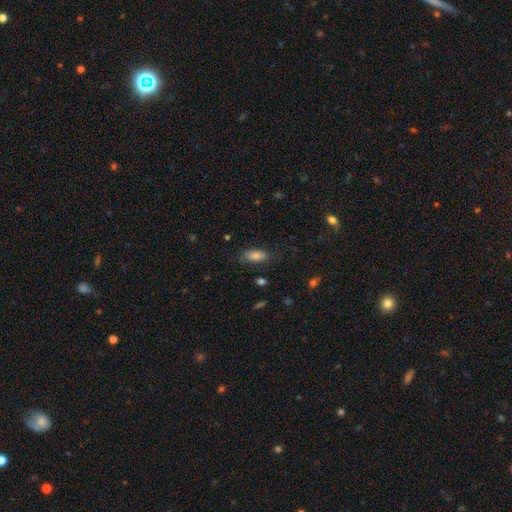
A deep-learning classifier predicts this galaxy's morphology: Smooth or featured?
  - smooth: 76% *
  - featured or disk: 13%
  - star or artifact: 12%
How rounded?
  - in between: 85% *
  - cigar-shaped: 11%
  - round: 4%
Merging?
  - none: 73% *
  - minor disturbance: 19%
  - major disturbance: 7%
  - merger: 2%